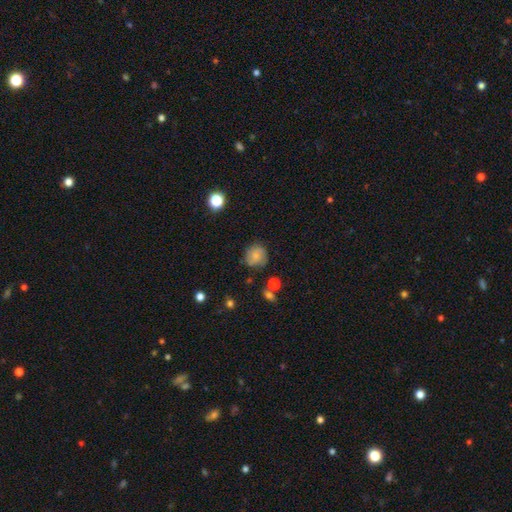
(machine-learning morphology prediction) smooth_or_featured: smooth (p=0.72) [alt: featured or disk p=0.18]
how_rounded: round (p=0.86) [alt: in between p=0.13]
merging: none (p=0.75) [alt: minor disturbance p=0.17]